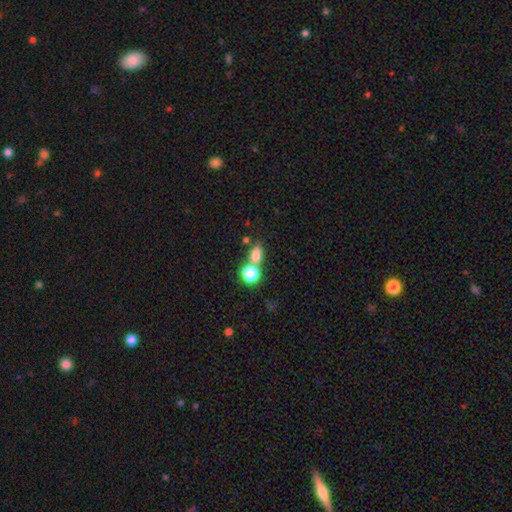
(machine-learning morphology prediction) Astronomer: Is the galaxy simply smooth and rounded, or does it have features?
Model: smooth — 77%.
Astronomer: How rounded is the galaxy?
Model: in between — 67%.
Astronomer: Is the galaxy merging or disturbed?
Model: none — 50% (runner-up: merger, 37%).